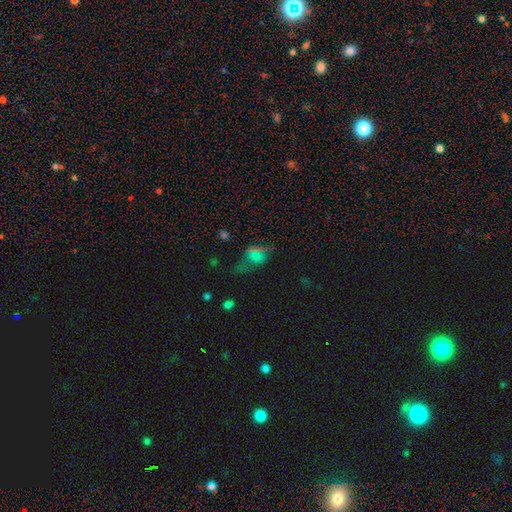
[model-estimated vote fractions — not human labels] smooth 50%, star or artifact 38%, featured or disk 11%. Down the decision tree: how rounded — in between (72%); merging — none (57%).